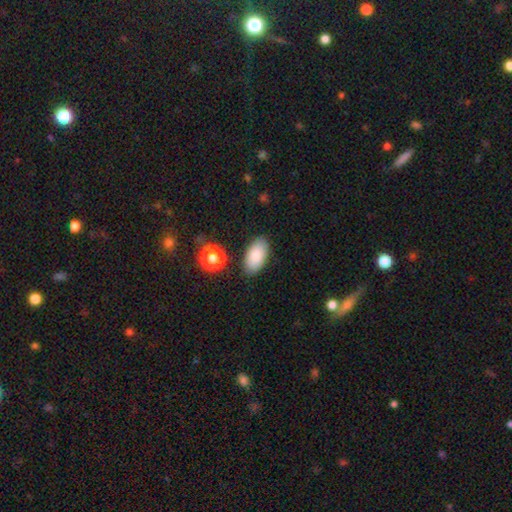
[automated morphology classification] smooth_or_featured: smooth (p=0.86) [alt: featured or disk p=0.07]
how_rounded: in between (p=0.94) [alt: round p=0.03]
merging: none (p=0.83) [alt: minor disturbance p=0.11]